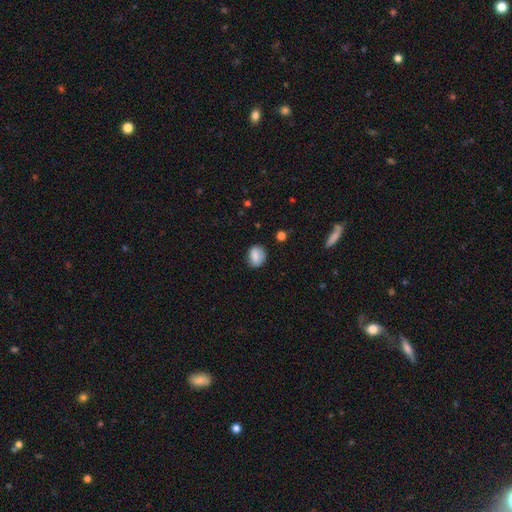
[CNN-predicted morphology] A smooth galaxy with no disk features (82%) that is in between round and cigar-shaped (58%). Merging: none (76%).